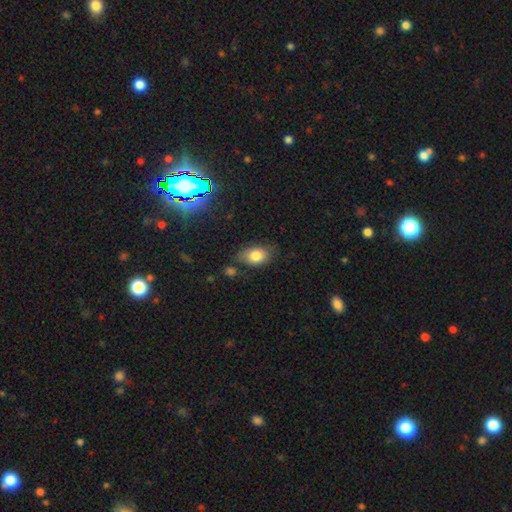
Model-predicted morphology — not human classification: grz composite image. It shows a smooth galaxy with no disk features (79%) that is in between round and cigar-shaped (83%). Merging: none (69%).